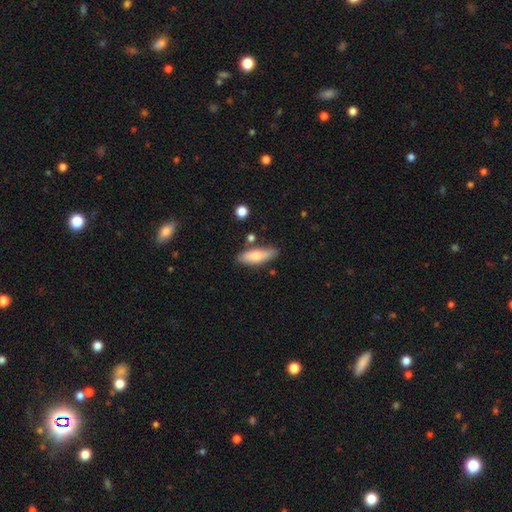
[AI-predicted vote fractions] Smooth or featured? Predicted: smooth (p=0.77). How rounded? Predicted: in between (p=0.56). Merging? Predicted: none (p=0.72).